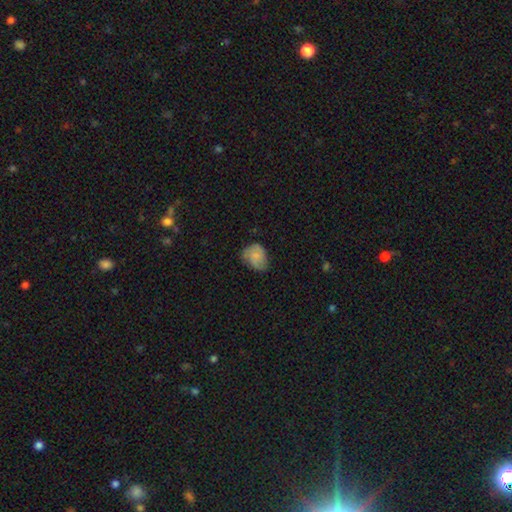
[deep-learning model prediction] Smooth or featured: smooth — 72% (featured or disk — 20%)
How rounded: in between — 54% (round — 45%)
Merging: none — 53% (minor disturbance — 34%)